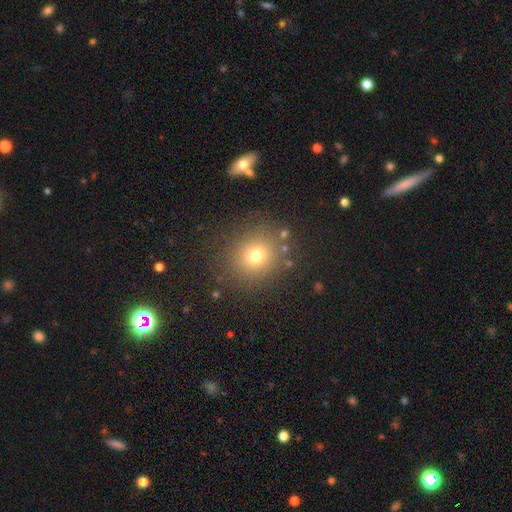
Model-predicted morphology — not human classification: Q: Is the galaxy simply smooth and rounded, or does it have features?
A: smooth — 72%.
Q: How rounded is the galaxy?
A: round — 85%.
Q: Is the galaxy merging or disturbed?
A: none — 85%.